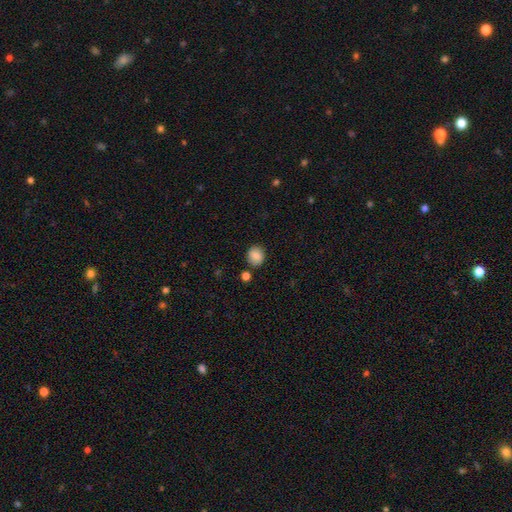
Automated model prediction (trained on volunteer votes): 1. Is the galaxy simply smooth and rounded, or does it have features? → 86% smooth, 9% star or artifact, 6% featured or disk.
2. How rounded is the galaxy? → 72% round, 27% in between, 1% cigar-shaped.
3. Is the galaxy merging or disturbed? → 81% none, 11% minor disturbance, 5% merger, 3% major disturbance.